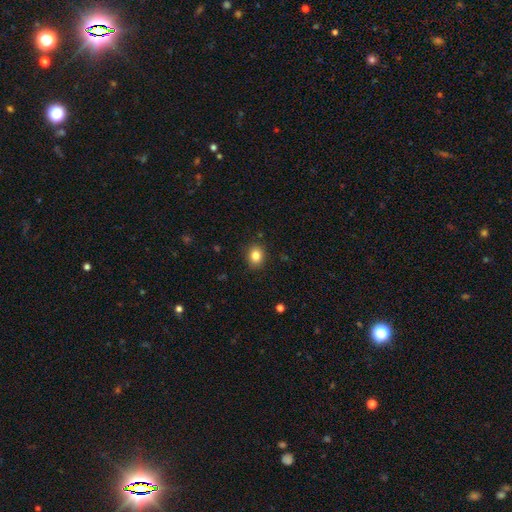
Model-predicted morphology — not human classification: smooth_or_featured: smooth (p=0.84) [alt: star or artifact p=0.10]
how_rounded: round (p=0.56) [alt: in between p=0.43]
merging: none (p=0.88) [alt: minor disturbance p=0.08]